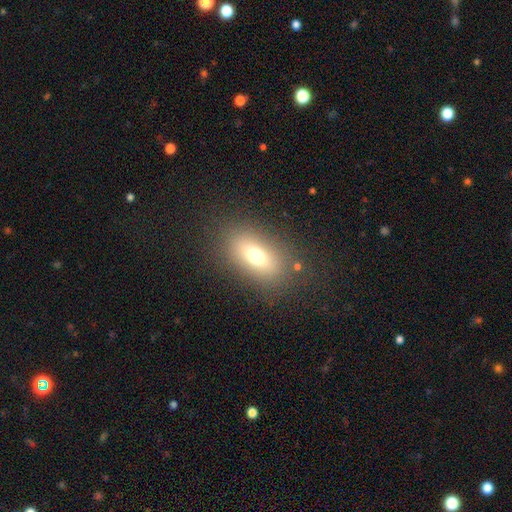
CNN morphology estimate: A smooth galaxy with no disk features (70%) that is in between round and cigar-shaped (82%).

Vote fractions:
- Smooth or featured? smooth: 70% / featured or disk: 17% / star or artifact: 13%
- How rounded? in between: 82% / round: 12% / cigar-shaped: 5%
- Merging? none: 81% / minor disturbance: 11% / major disturbance: 6% / merger: 2%